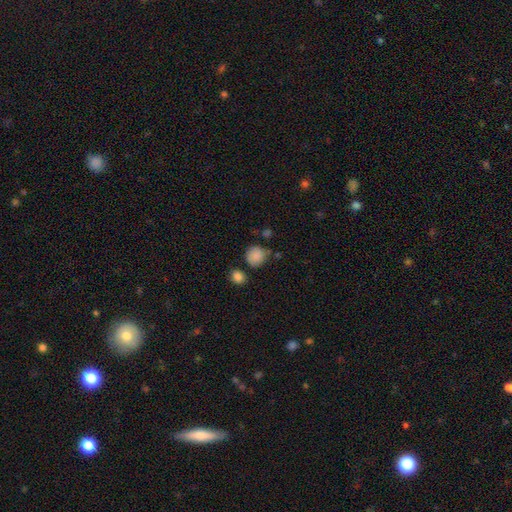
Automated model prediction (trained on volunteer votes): Smooth or featured: smooth — 86% (star or artifact — 9%)
How rounded: round — 86% (in between — 13%)
Merging: none — 71% (minor disturbance — 17%)